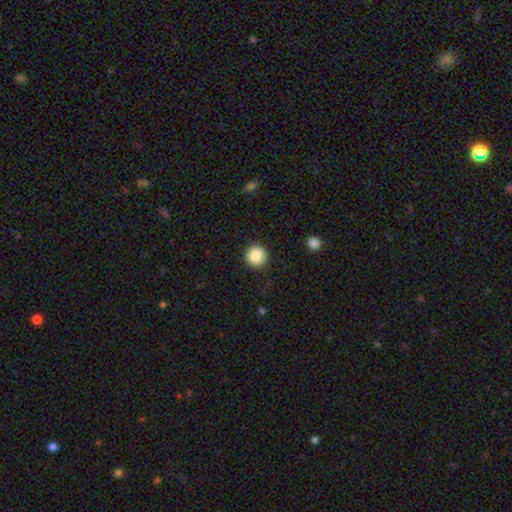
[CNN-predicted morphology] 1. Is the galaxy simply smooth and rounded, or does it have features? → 88% smooth, 9% star or artifact, 3% featured or disk.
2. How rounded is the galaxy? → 95% round, 4% in between, 1% cigar-shaped.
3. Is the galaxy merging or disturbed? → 92% none, 5% minor disturbance, 2% major disturbance, 1% merger.